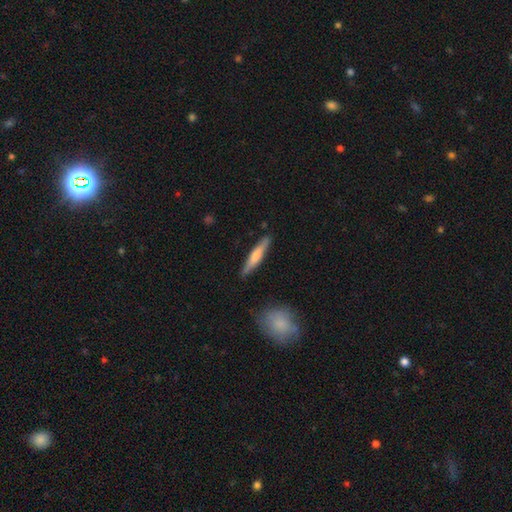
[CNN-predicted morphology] smooth_or_featured: smooth (p=0.59) [alt: featured or disk p=0.36]
how_rounded: cigar-shaped (p=0.90) [alt: in between p=0.09]
merging: none (p=0.87) [alt: minor disturbance p=0.10]